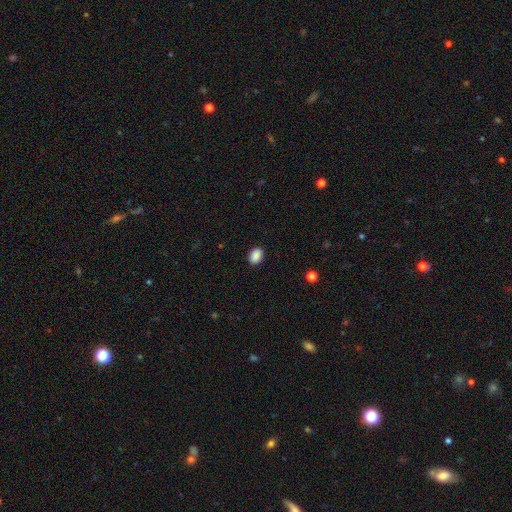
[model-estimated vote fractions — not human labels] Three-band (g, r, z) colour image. It shows a smooth galaxy with no disk features (89%) that is in between round and cigar-shaped (79%). Merging: none (89%).